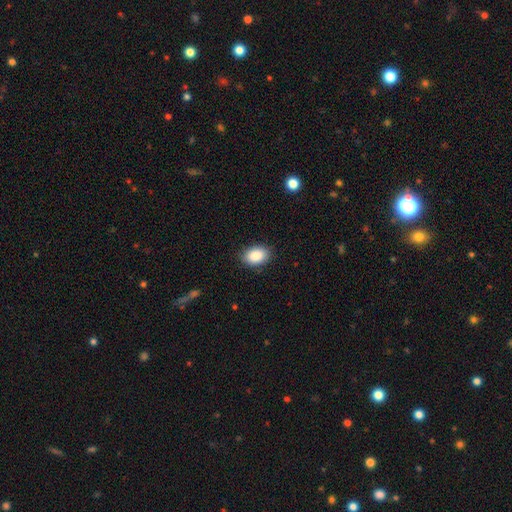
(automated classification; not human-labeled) This appears to be a smooth galaxy with no disk features (89%) that is in between round and cigar-shaped (84%). Merging: none (86%).